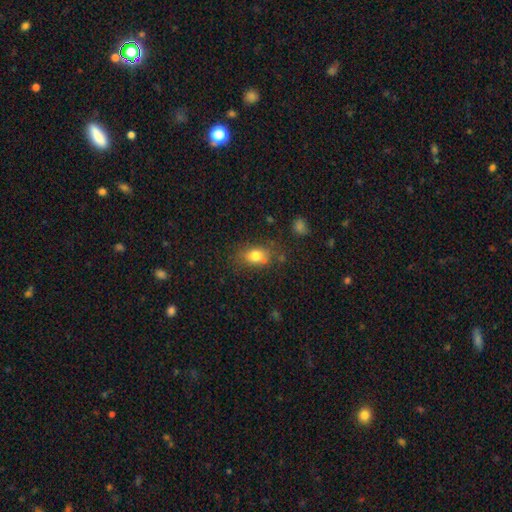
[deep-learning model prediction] Smooth or featured: smooth — 78% (featured or disk — 12%)
How rounded: in between — 72% (round — 26%)
Merging: none — 64% (minor disturbance — 20%)